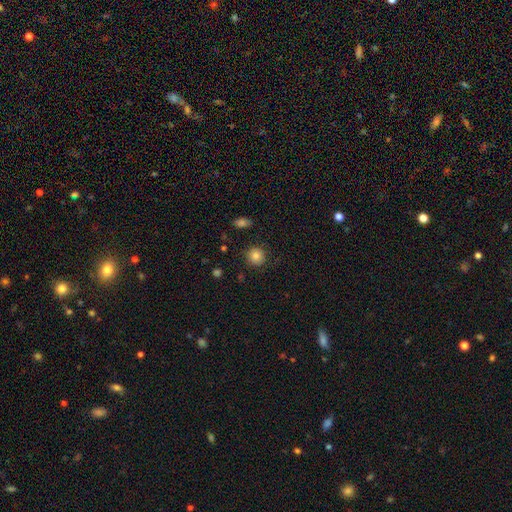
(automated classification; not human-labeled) Q: Smooth or featured?
A: smooth (83%); runner-up: star or artifact (10%)
Q: How rounded?
A: round (90%); runner-up: in between (9%)
Q: Merging?
A: none (86%); runner-up: minor disturbance (9%)